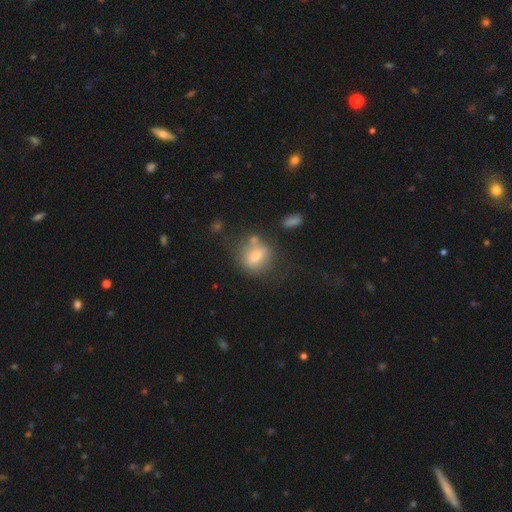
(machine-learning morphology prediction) Smooth or featured? smooth (67%)
How rounded? round (49%)
Merging? none (64%)